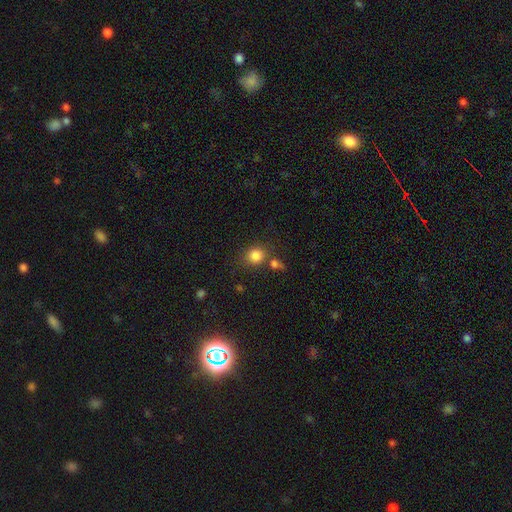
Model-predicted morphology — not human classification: This is clearly a smooth galaxy (83%). How rounded: likely round (71%). Merging: likely none (67%).